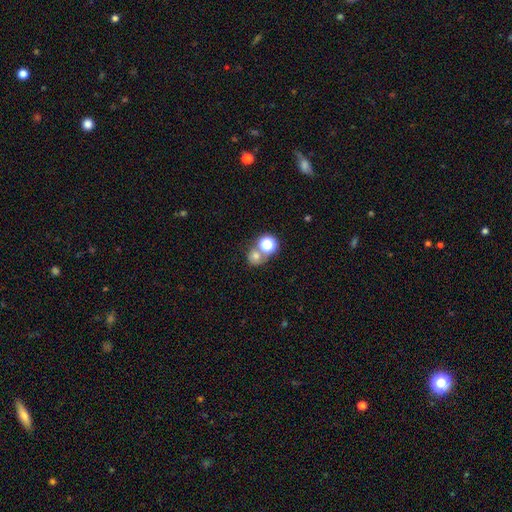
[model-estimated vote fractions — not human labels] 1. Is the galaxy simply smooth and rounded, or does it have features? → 67% smooth, 22% star or artifact, 11% featured or disk.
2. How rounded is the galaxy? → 80% round, 19% in between, 1% cigar-shaped.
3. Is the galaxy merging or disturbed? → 49% none, 38% merger, 8% minor disturbance, 5% major disturbance.